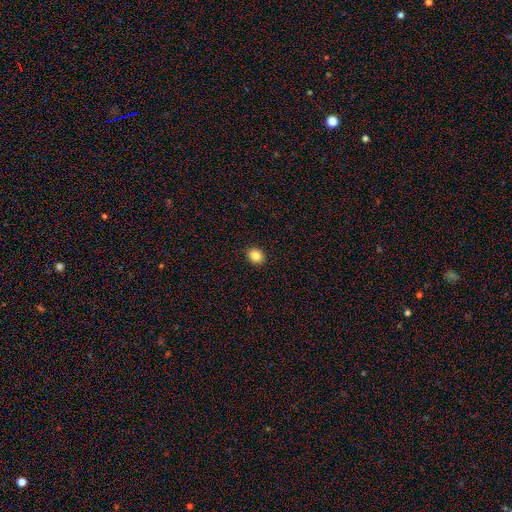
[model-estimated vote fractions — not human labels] Smooth or featured: smooth — 86% (star or artifact — 10%)
How rounded: round — 56% (in between — 44%)
Merging: none — 92% (minor disturbance — 6%)